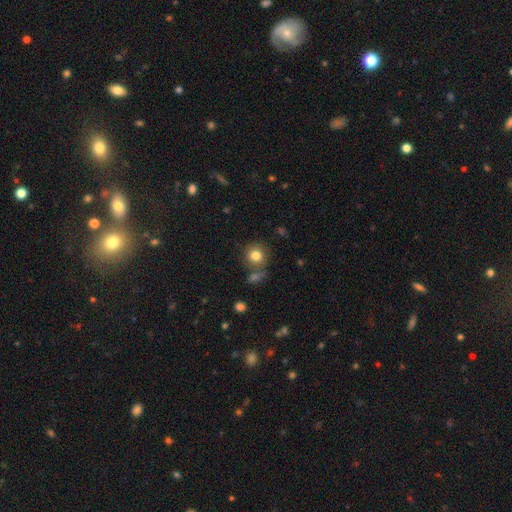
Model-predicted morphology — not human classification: type=smooth (81%); roundness=round (87%); merging=none (71%).